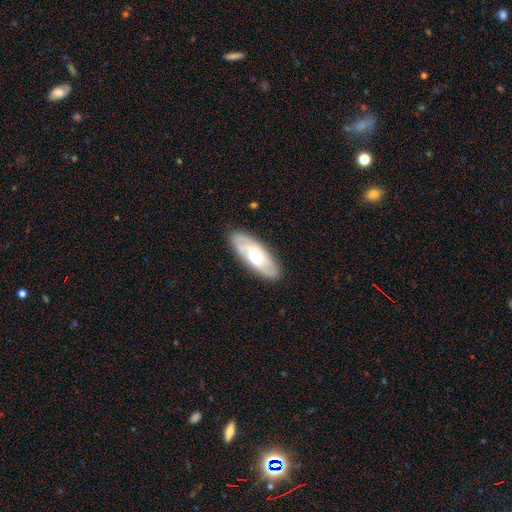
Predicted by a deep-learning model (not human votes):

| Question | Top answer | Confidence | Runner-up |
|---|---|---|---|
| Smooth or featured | featured or disk | 59% | smooth (35%) |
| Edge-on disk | no | 83% | yes (17%) |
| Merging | none | 86% | minor disturbance (11%) |